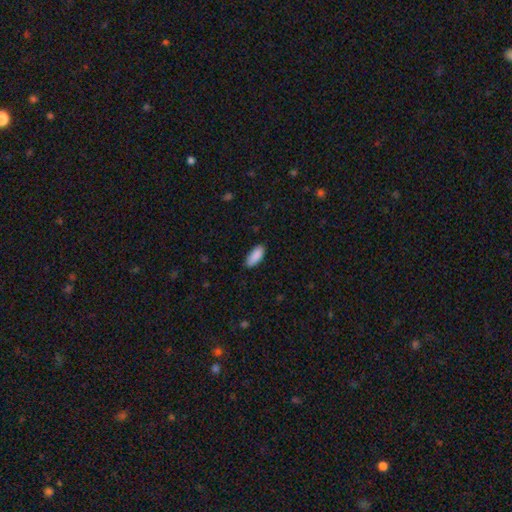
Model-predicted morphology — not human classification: A smooth galaxy with no disk features (90%) that is in between round and cigar-shaped (83%).

Vote fractions:
- Smooth or featured? smooth: 90% / star or artifact: 6% / featured or disk: 4%
- How rounded? in between: 83% / cigar-shaped: 15% / round: 2%
- Merging? none: 86% / minor disturbance: 11% / major disturbance: 2% / merger: 1%